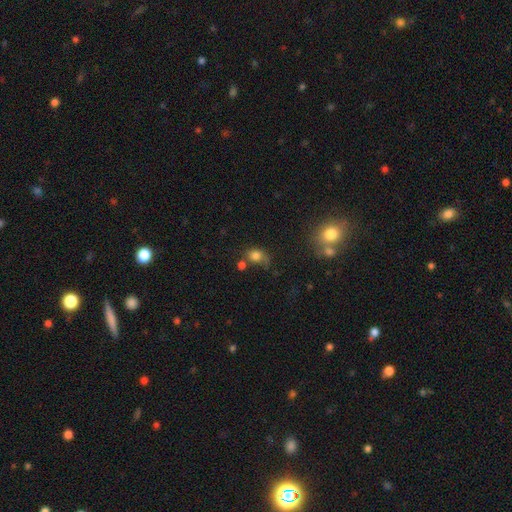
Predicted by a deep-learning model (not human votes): Smooth or featured? Predicted: smooth (p=0.76). How rounded? Predicted: round (p=0.62). Merging? Predicted: none (p=0.40).